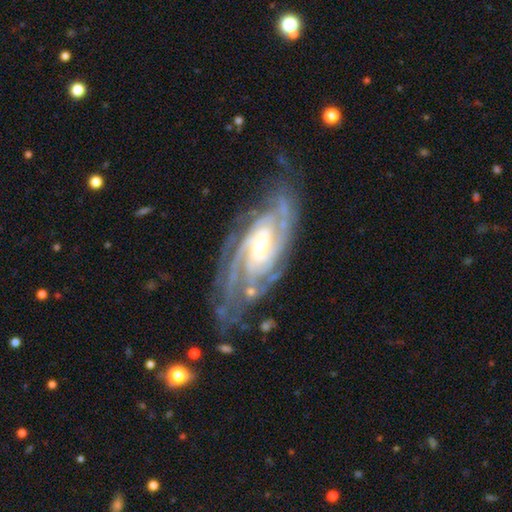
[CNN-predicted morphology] This is clearly a featured or disk galaxy (91%). It is clearly not viewed edge-on (94%). Bar: marginally no (41%). Spiral arm pattern: clearly yes (98%). Spiral arm count: marginally 3 (25%). Spiral winding: likely tight (67%). Central bulge: possibly small (48%). Merging: likely none (66%).